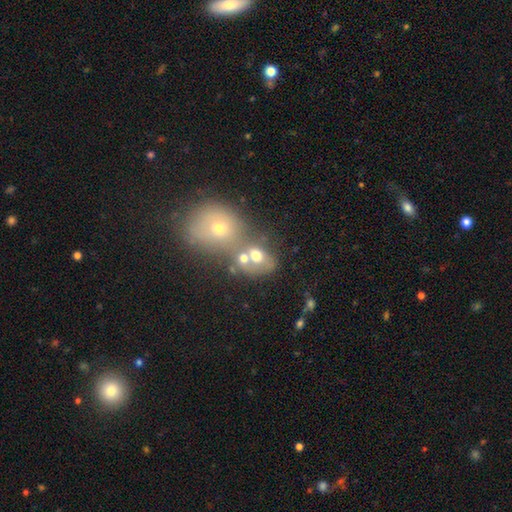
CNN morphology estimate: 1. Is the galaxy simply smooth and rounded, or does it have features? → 63% smooth, 22% featured or disk, 15% star or artifact.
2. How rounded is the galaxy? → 57% round, 42% in between, 1% cigar-shaped.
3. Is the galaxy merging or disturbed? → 56% merger, 28% none, 9% minor disturbance, 7% major disturbance.